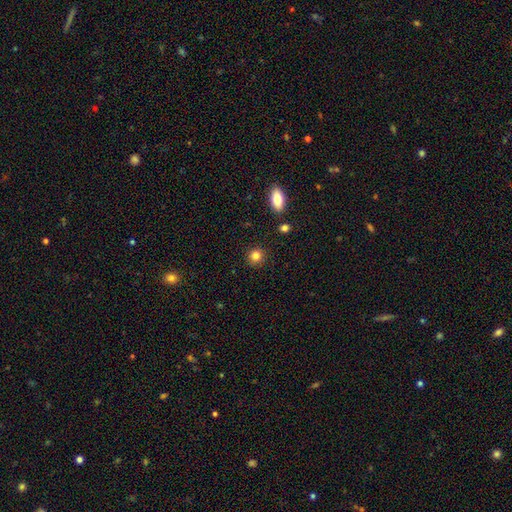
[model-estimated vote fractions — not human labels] Q: Smooth or featured?
A: smooth (83%); runner-up: star or artifact (11%)
Q: How rounded?
A: round (89%); runner-up: in between (10%)
Q: Merging?
A: none (90%); runner-up: minor disturbance (6%)